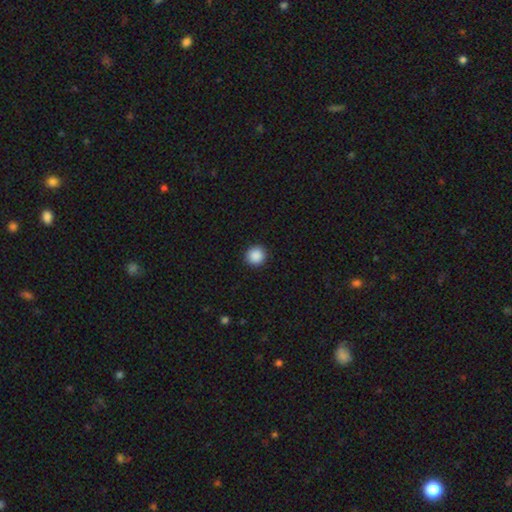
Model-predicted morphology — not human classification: Overall: smooth (89%). How rounded: round (94%). Merging: none (92%).